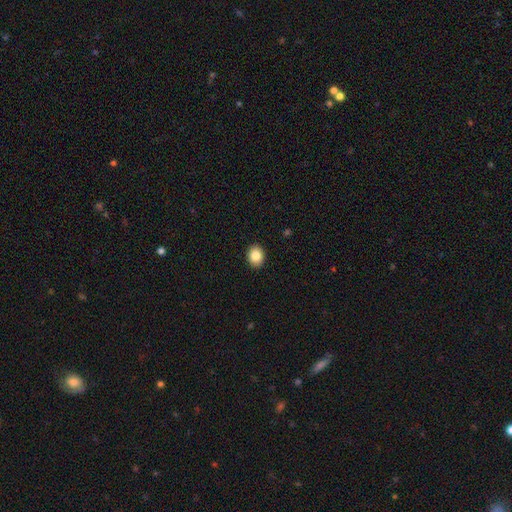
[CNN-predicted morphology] type=smooth (85%); roundness=round (52%); merging=none (92%).